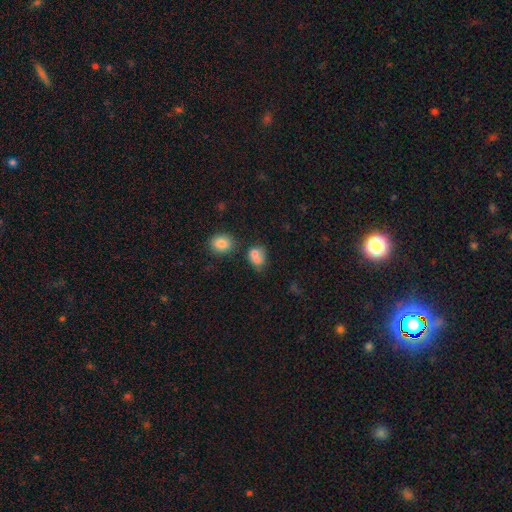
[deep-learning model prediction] Smooth or featured?
  - smooth: 75% *
  - featured or disk: 13%
  - star or artifact: 12%
How rounded?
  - in between: 51% *
  - round: 48%
  - cigar-shaped: 1%
Merging?
  - merger: 40% *
  - none: 35%
  - minor disturbance: 16%
  - major disturbance: 8%